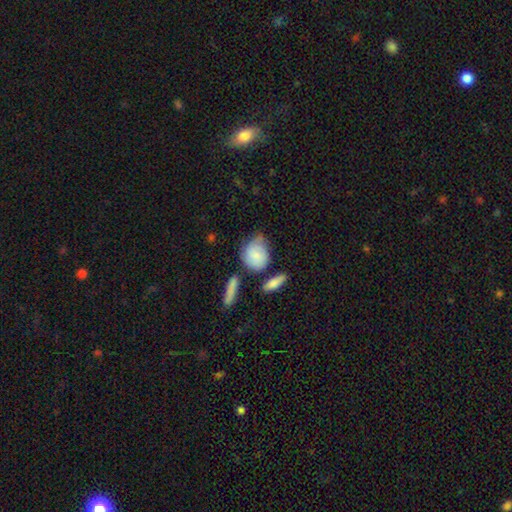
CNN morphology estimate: Smooth or featured? Predicted: smooth (p=0.76). How rounded? Predicted: round (p=0.55). Merging? Predicted: none (p=0.48).